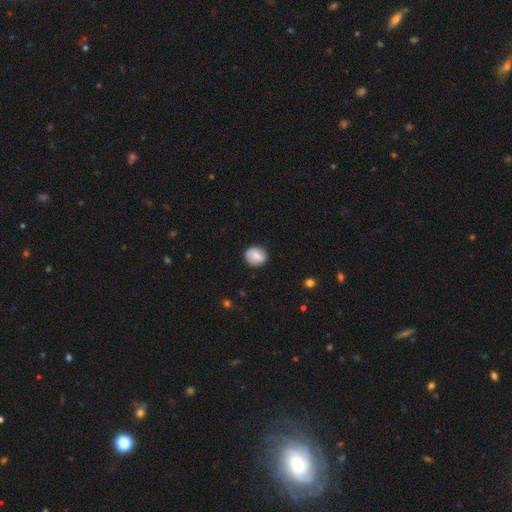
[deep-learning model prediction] A smooth galaxy with no disk features (79%) that is round (78%). Merging: none (83%).